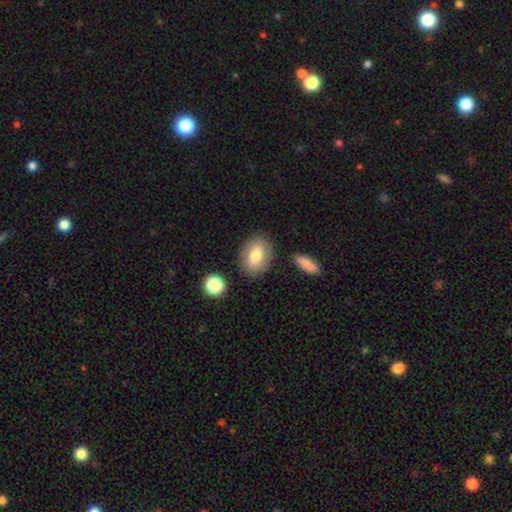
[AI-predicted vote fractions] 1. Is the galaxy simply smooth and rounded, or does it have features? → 77% smooth, 15% featured or disk, 8% star or artifact.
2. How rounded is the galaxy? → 80% in between, 19% round, 2% cigar-shaped.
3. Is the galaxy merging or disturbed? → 81% none, 11% minor disturbance, 4% merger, 3% major disturbance.